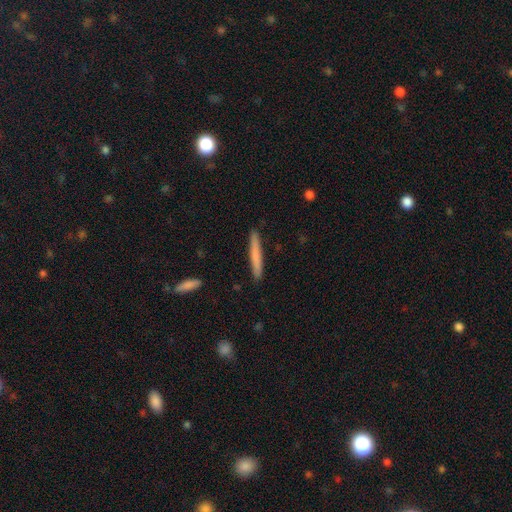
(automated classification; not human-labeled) Smooth or featured? Predicted: smooth (p=0.72). How rounded? Predicted: cigar-shaped (p=0.96). Merging? Predicted: none (p=0.91).